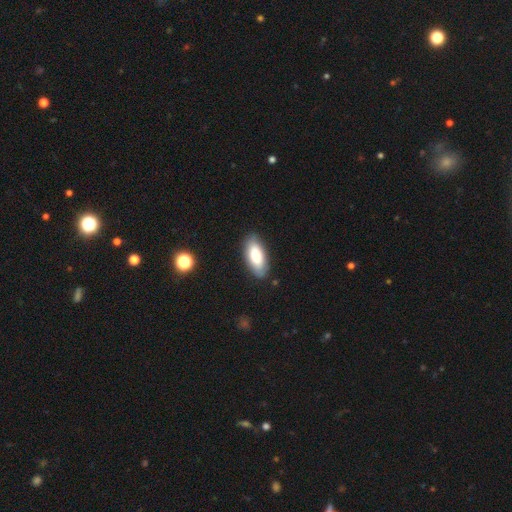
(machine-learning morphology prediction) Q: Smooth or featured?
A: smooth (80%); runner-up: featured or disk (14%)
Q: How rounded?
A: in between (87%); runner-up: cigar-shaped (11%)
Q: Merging?
A: none (85%); runner-up: minor disturbance (12%)